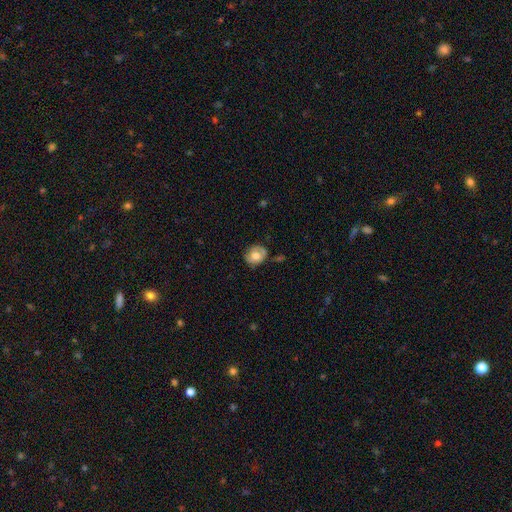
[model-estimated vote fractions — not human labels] smooth 59%, featured or disk 34%, star or artifact 8%. Down the decision tree: how rounded — round (66%); merging — none (69%).